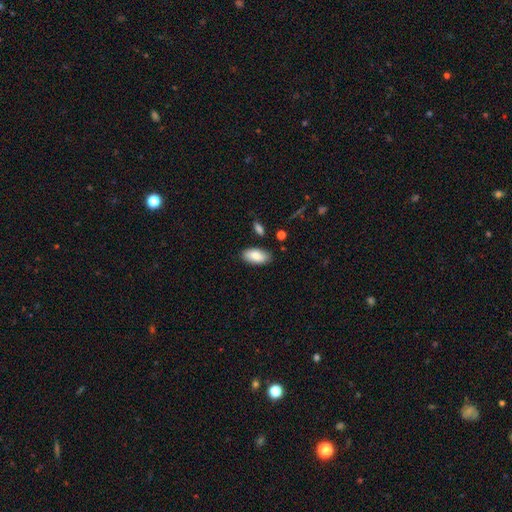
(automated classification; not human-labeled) Smooth or featured? smooth (84%)
How rounded? in between (92%)
Merging? none (84%)